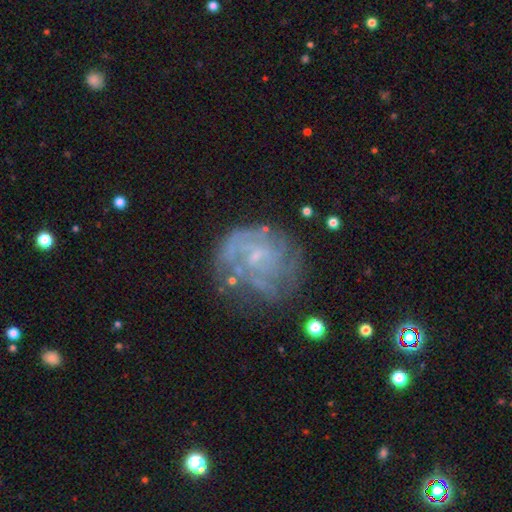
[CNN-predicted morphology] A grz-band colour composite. It shows a featured or disk galaxy (73%) with no bar (65%), tight (55%) spiral arms (75%) and a small central bulge (65%). Merging: none (57%).